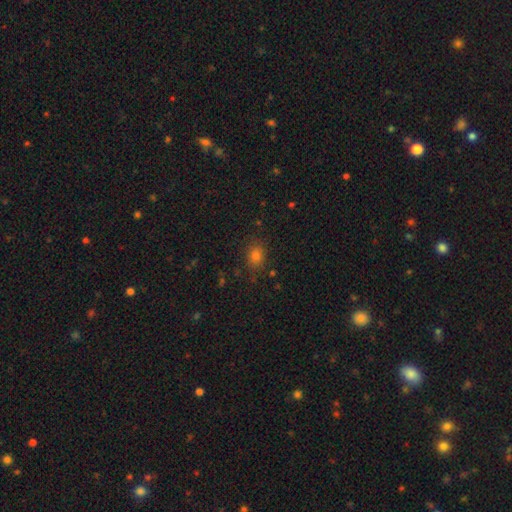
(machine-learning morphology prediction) Smooth or featured: smooth — 75% (star or artifact — 18%)
How rounded: in between — 50% (round — 49%)
Merging: none — 83% (minor disturbance — 12%)